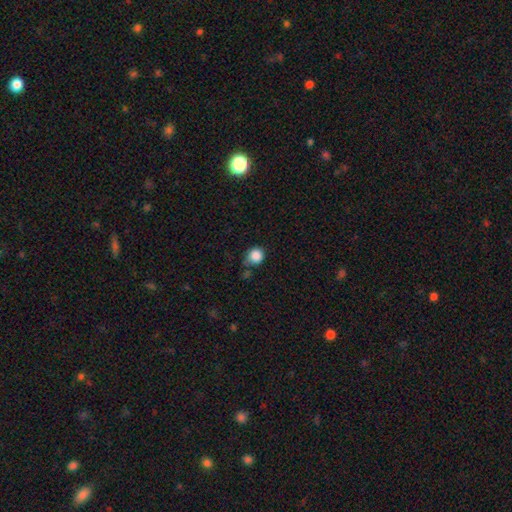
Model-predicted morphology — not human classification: Overall: smooth (87%). How rounded: round (87%). Merging: none (65%).